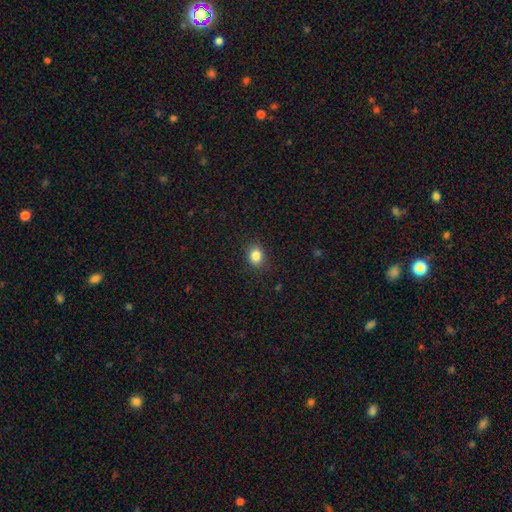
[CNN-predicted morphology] Smooth or featured? smooth (85%)
How rounded? round (58%)
Merging? none (88%)